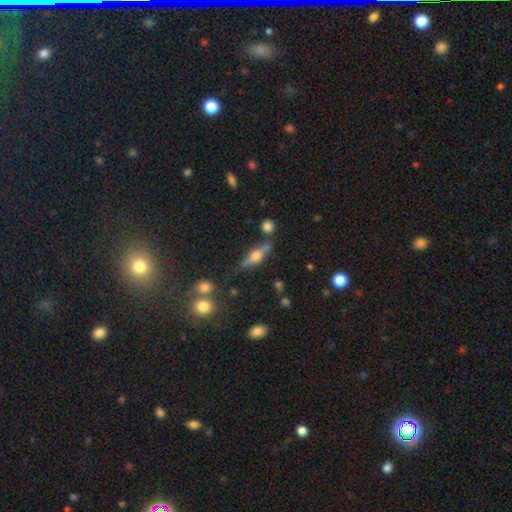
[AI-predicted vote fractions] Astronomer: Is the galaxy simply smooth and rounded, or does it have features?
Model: featured or disk — 57% (runner-up: smooth, 34%).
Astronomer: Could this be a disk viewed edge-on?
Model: yes — 92%.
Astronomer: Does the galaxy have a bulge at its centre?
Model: rounded — 92%.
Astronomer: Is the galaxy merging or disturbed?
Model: none — 73%.